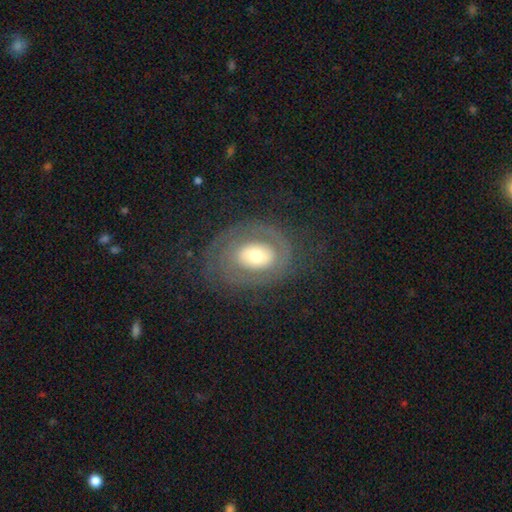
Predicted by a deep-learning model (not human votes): Q: Smooth or featured?
A: featured or disk (67%); runner-up: smooth (26%)
Q: Edge-on disk?
A: no (95%); runner-up: yes (5%)
Q: Bar?
A: no (72%); runner-up: weak (19%)
Q: Spiral arms?
A: yes (58%); runner-up: no (42%)
Q: Bulge size?
A: moderate (58%); runner-up: small (22%)
Q: Merging?
A: none (70%); runner-up: minor disturbance (16%)